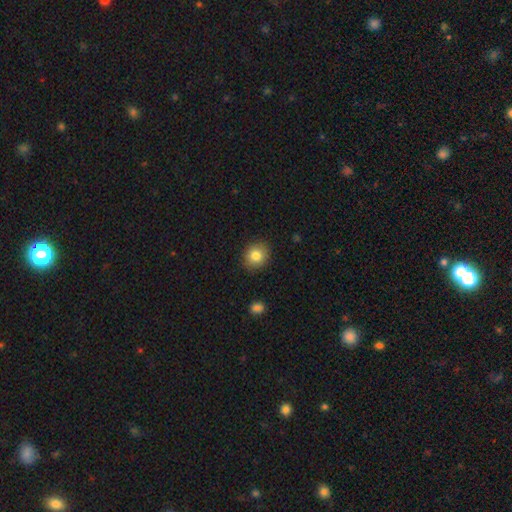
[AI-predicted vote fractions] smooth_or_featured: smooth (p=0.84) [alt: star or artifact p=0.09]
how_rounded: round (p=0.79) [alt: in between p=0.20]
merging: none (p=0.88) [alt: minor disturbance p=0.08]